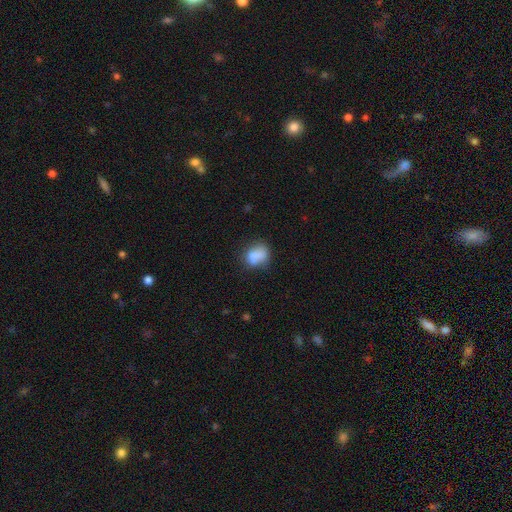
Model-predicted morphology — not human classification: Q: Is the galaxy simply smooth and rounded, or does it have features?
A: smooth — 76%.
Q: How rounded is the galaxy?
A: in between — 54%.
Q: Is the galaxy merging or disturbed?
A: none — 45%.